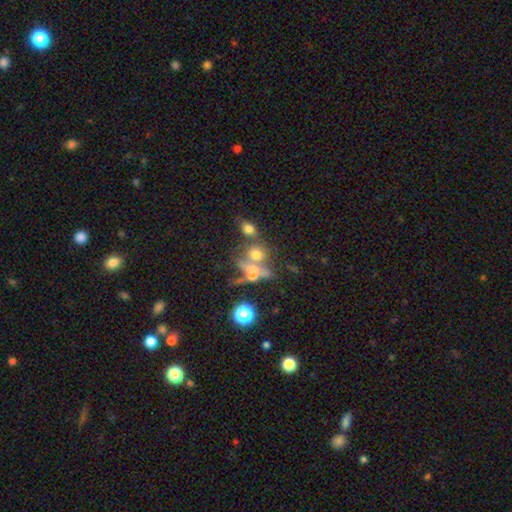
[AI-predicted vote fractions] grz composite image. It shows a smooth galaxy with no disk features (48%). Merging: merger (48%).